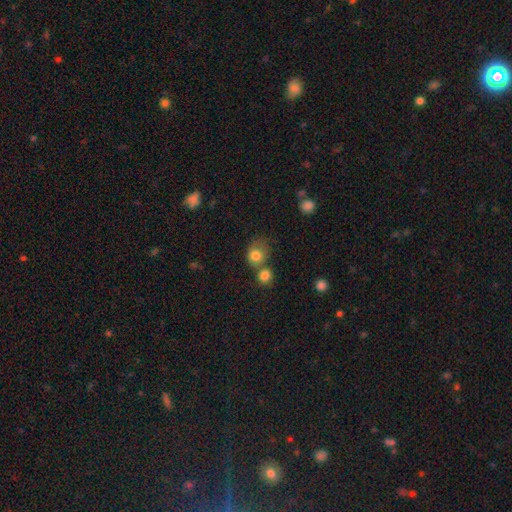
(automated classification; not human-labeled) Morphology: type=smooth (80%); roundness=round (71%); merging=merger (41%).